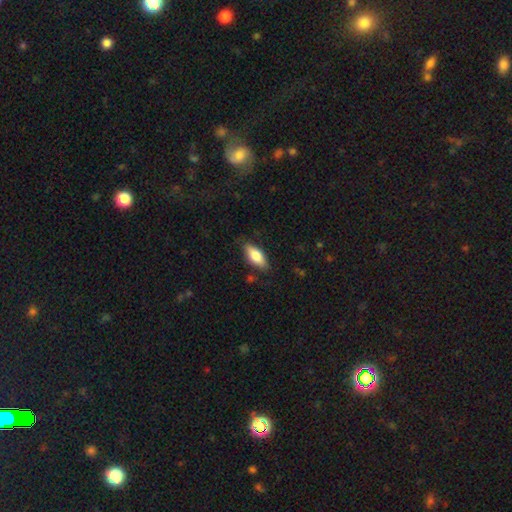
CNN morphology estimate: Overall: smooth (78%). How rounded: in between (82%). Merging: none (82%).